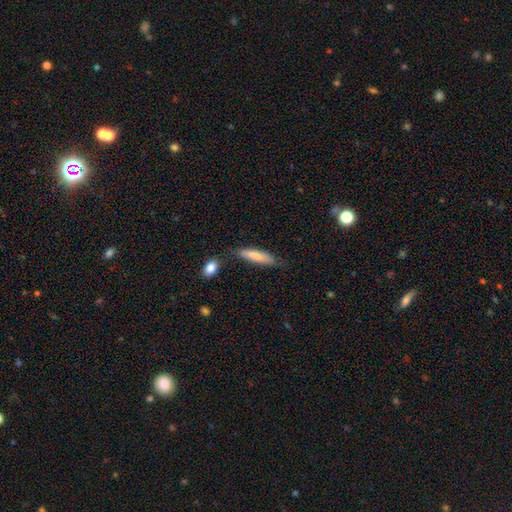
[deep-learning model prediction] smooth-or-featured: smooth: 78% | featured or disk: 17% | star or artifact: 6%
  how-rounded: cigar-shaped: 70% | in between: 28% | round: 2%
  merging: none: 67% | minor disturbance: 21% | merger: 8% | major disturbance: 5%